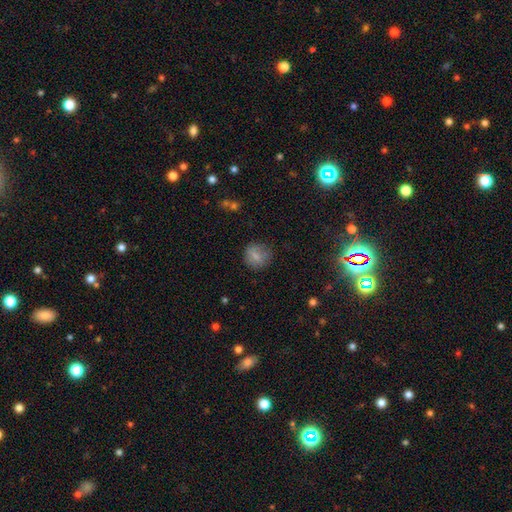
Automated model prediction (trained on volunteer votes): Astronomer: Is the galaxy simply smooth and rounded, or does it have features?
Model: smooth — 76%.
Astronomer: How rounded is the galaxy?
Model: round — 82%.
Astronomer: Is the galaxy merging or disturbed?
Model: none — 77%.